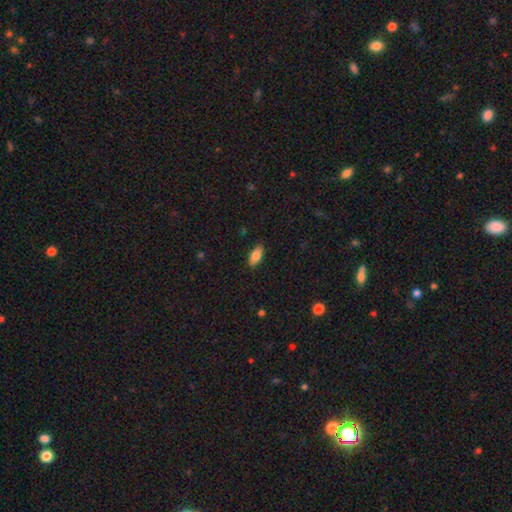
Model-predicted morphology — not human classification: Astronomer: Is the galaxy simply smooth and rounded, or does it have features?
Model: smooth — 81%.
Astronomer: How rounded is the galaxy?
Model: in between — 86%.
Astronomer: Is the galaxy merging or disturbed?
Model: none — 87%.